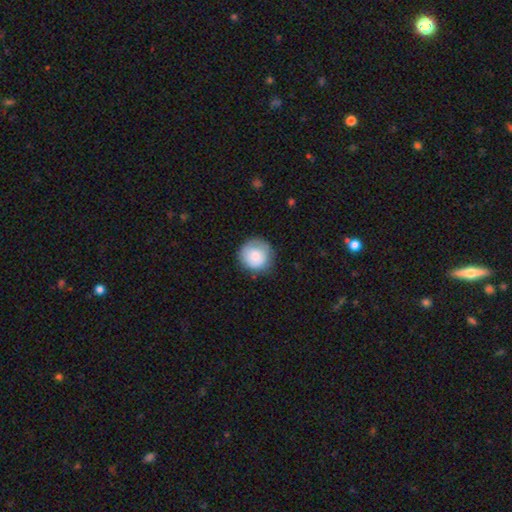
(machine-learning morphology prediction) The model was most divided on "merging": none: 75%, minor disturbance: 19%, major disturbance: 5%, merger: 1%. More confident: how rounded — round (92%); smooth or featured — smooth (79%).